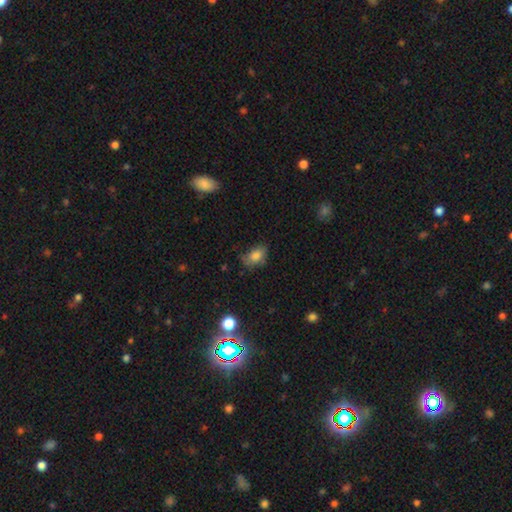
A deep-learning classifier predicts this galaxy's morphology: Smooth or featured?
  - smooth: 79% *
  - featured or disk: 11%
  - star or artifact: 11%
How rounded?
  - in between: 82% *
  - round: 16%
  - cigar-shaped: 2%
Merging?
  - none: 59% *
  - minor disturbance: 29%
  - major disturbance: 9%
  - merger: 2%